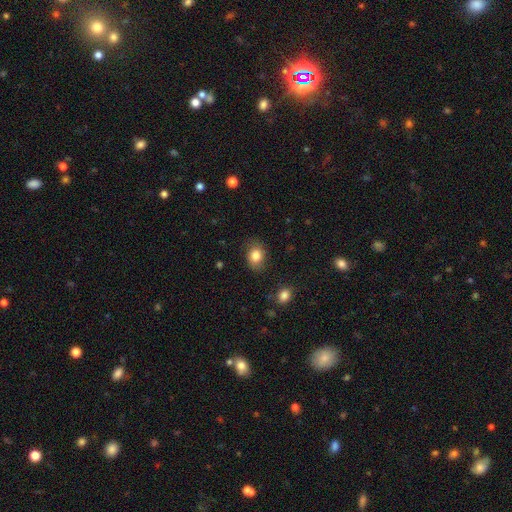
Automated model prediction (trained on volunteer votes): Smooth or featured? Predicted: smooth (p=0.82). How rounded? Predicted: in between (p=0.57). Merging? Predicted: none (p=0.80).